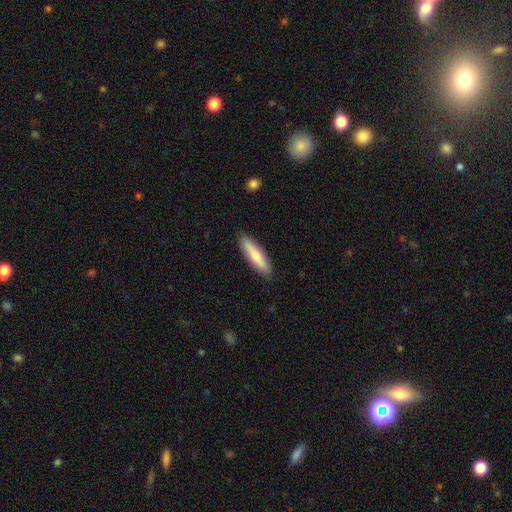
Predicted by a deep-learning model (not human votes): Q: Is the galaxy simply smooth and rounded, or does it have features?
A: smooth — 66%.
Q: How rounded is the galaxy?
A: cigar-shaped — 76%.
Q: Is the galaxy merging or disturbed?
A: none — 88%.